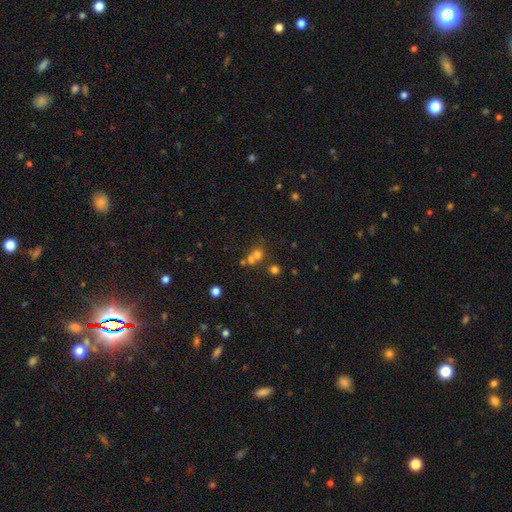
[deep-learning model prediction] smooth_or_featured: smooth (p=0.63) [alt: star or artifact p=0.22]
how_rounded: round (p=0.82) [alt: in between p=0.17]
merging: none (p=0.44) [tied with: merger p=0.44]